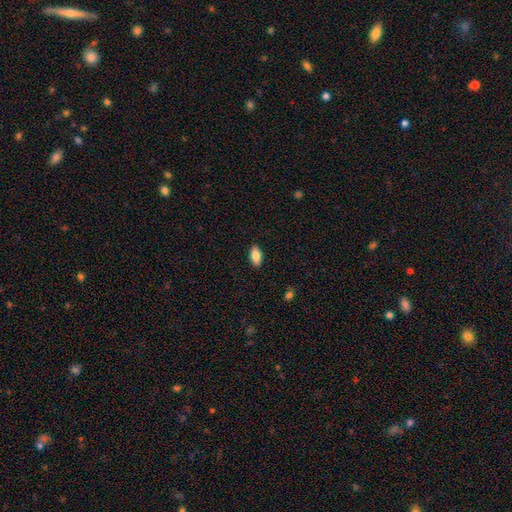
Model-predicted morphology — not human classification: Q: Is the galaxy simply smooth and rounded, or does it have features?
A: smooth — 84%.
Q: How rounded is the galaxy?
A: in between — 91%.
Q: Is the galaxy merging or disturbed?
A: none — 89%.